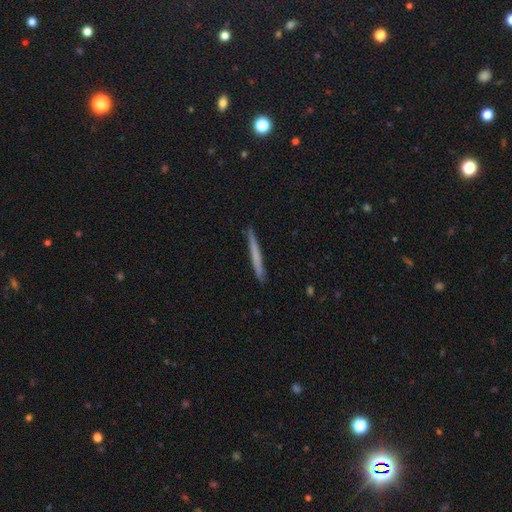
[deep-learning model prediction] smooth_or_featured: smooth (p=0.61) [alt: featured or disk p=0.33]
how_rounded: cigar-shaped (p=0.97) [alt: in between p=0.02]
merging: none (p=0.91) [alt: minor disturbance p=0.07]